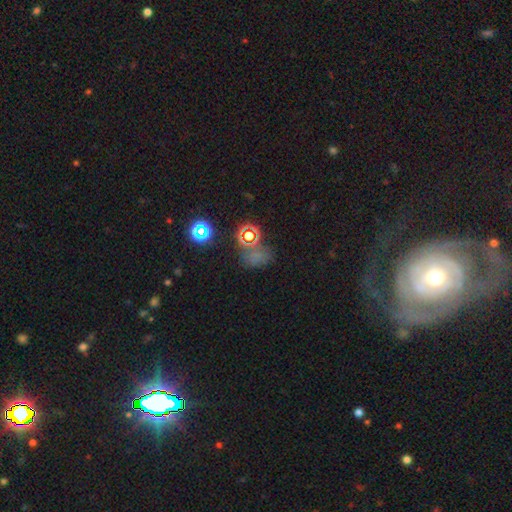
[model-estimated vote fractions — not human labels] smooth_or_featured: star or artifact (p=0.45) [tied with: smooth p=0.45]